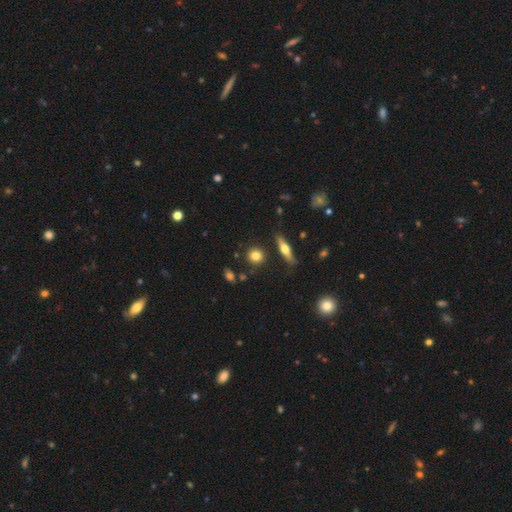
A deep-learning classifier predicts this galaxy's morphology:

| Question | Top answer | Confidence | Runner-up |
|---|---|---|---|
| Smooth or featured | smooth | 79% | featured or disk (11%) |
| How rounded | round | 82% | in between (15%) |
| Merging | none | 84% | minor disturbance (9%) |